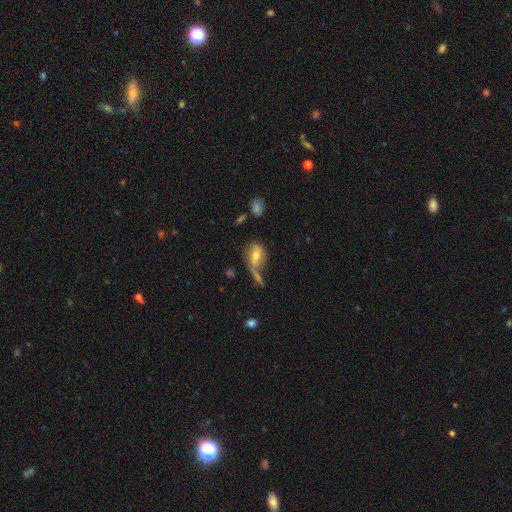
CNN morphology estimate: type=smooth (60%); roundness=in between (80%); merging=none (40%).